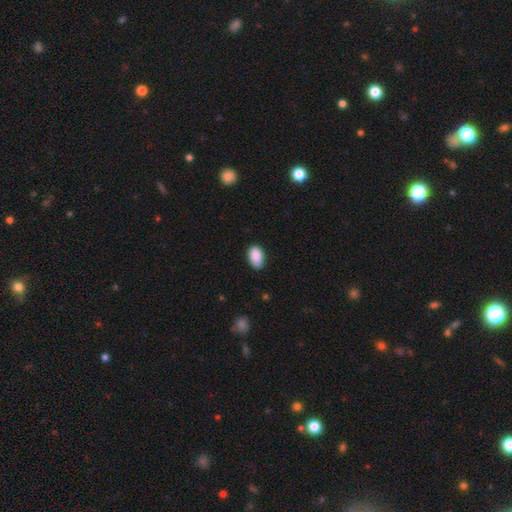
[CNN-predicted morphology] Overall: smooth (89%). How rounded: in between (92%). Merging: none (80%).